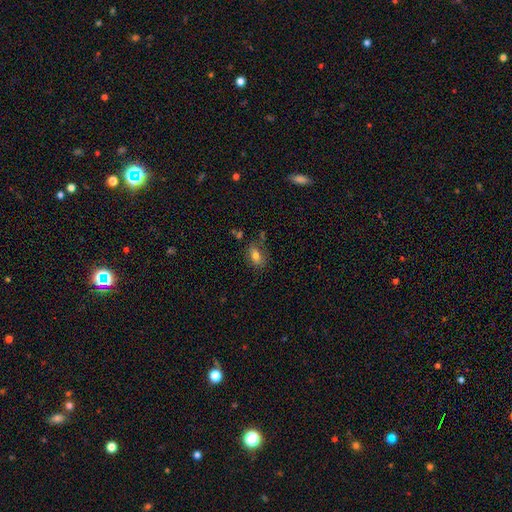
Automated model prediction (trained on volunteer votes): smooth-or-featured: smooth: 74% | featured or disk: 16% | star or artifact: 10%
  how-rounded: in between: 84% | round: 12% | cigar-shaped: 4%
  merging: none: 66% | minor disturbance: 19% | major disturbance: 8% | merger: 7%